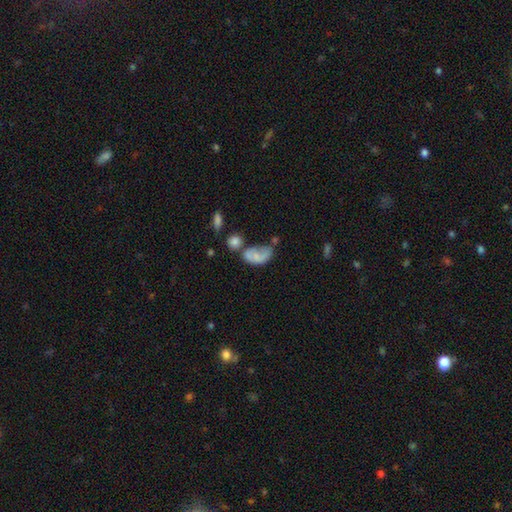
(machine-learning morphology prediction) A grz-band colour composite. It shows a smooth galaxy with no disk features (63%) that is in between round and cigar-shaped (89%). Merging: major disturbance (26%, tied with minor disturbance).